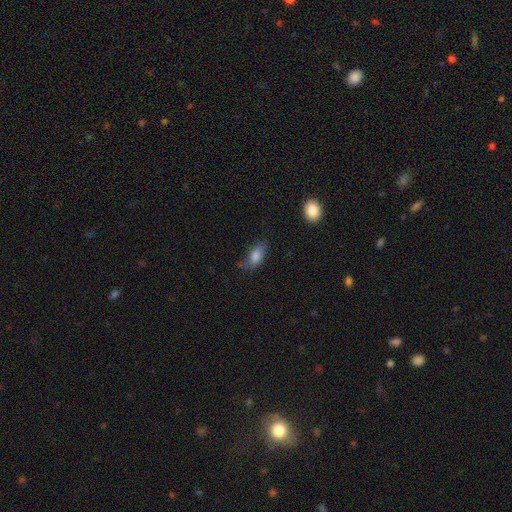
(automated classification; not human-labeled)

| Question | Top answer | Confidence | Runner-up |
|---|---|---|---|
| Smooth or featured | smooth | 78% | featured or disk (13%) |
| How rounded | in between | 88% | cigar-shaped (7%) |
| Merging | none | 53% | minor disturbance (31%) |